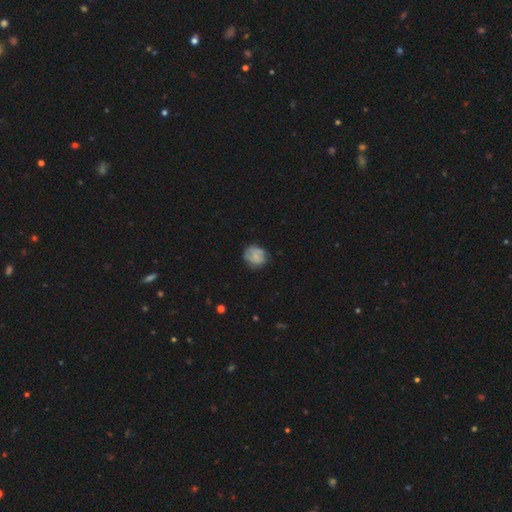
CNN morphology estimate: Smooth or featured? Predicted: smooth (p=0.64). How rounded? Predicted: round (p=0.75). Merging? Predicted: none (p=0.69).